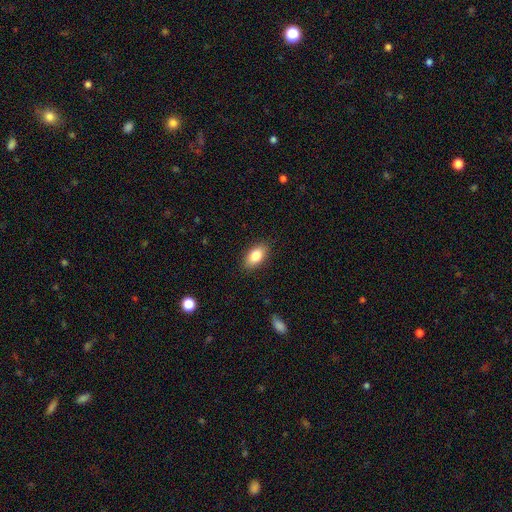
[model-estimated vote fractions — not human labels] smooth-or-featured: smooth: 82% | featured or disk: 11% | star or artifact: 7%
  how-rounded: in between: 89% | round: 6% | cigar-shaped: 5%
  merging: none: 87% | minor disturbance: 10% | major disturbance: 2% | merger: 1%